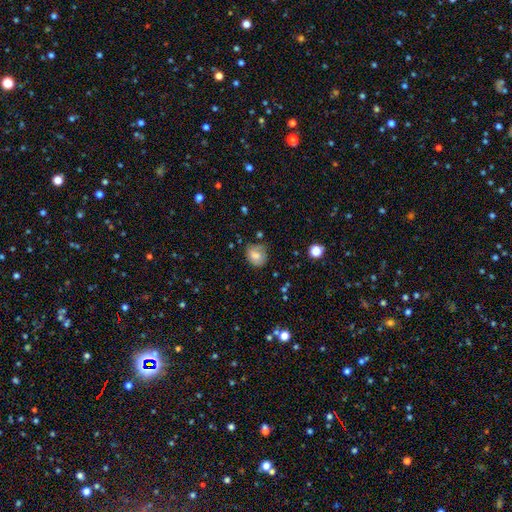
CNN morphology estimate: type=smooth (74%); roundness=round (70%); merging=none (68%).